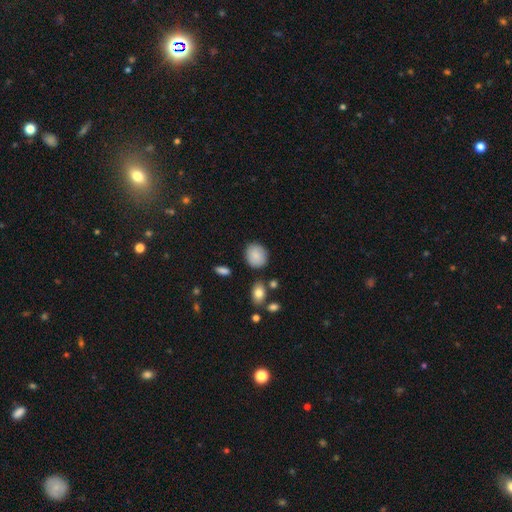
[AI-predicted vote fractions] Q: Smooth or featured?
A: smooth (86%); runner-up: star or artifact (7%)
Q: How rounded?
A: round (71%); runner-up: in between (28%)
Q: Merging?
A: none (83%); runner-up: minor disturbance (11%)